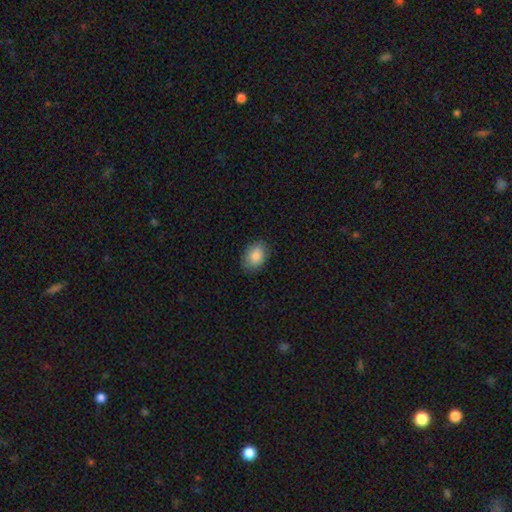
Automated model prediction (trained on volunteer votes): smooth_or_featured: smooth (p=0.86) [alt: star or artifact p=0.08]
how_rounded: in between (p=0.73) [alt: round p=0.26]
merging: none (p=0.84) [alt: minor disturbance p=0.12]